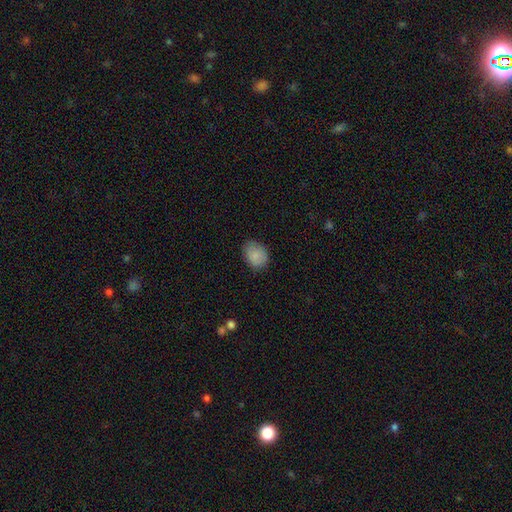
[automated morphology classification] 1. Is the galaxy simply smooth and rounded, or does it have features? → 84% smooth, 8% featured or disk, 8% star or artifact.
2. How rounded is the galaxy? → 56% in between, 43% round, 1% cigar-shaped.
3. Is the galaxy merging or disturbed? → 77% none, 18% minor disturbance, 4% major disturbance, 1% merger.